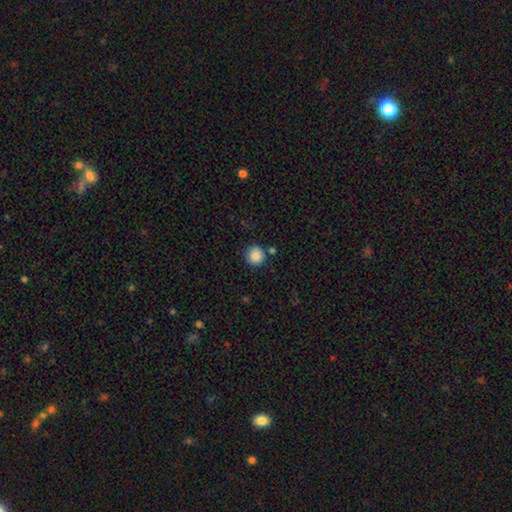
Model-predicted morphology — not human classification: type=smooth (88%); roundness=round (94%); merging=none (84%).